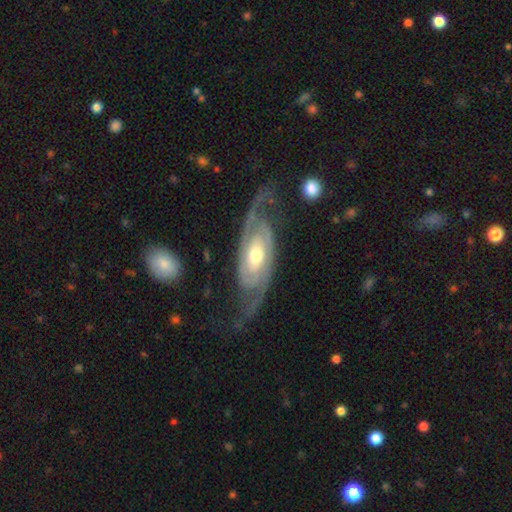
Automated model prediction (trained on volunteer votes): This appears to be a featured or disk galaxy (89%) with no bar (63%), 2 (87%) tight (40%) spiral arms (95%) and a moderate central bulge (69%). Merging: none (67%).